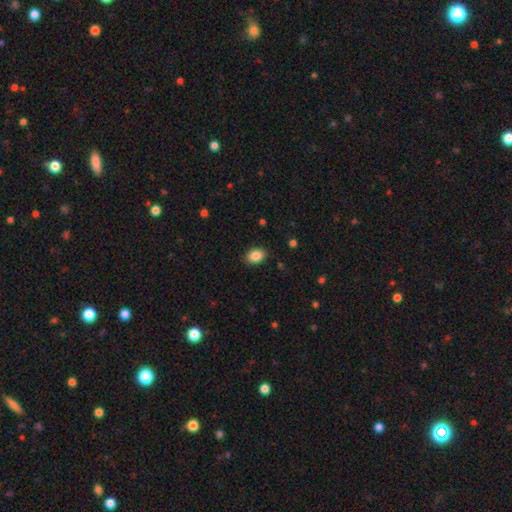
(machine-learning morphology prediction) Smooth or featured? smooth (87%)
How rounded? in between (73%)
Merging? none (88%)